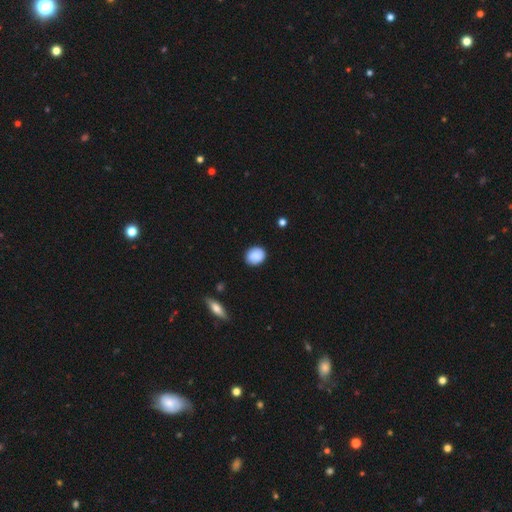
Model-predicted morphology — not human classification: This is clearly a smooth galaxy (85%). How rounded: likely round (64%). Merging: clearly none (85%).